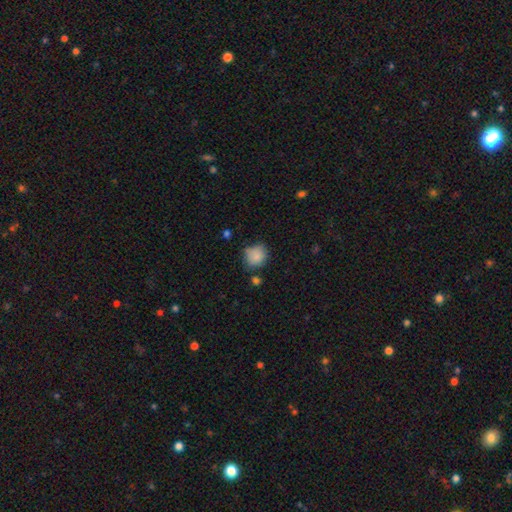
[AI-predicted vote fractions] Q: Smooth or featured?
A: smooth (84%); runner-up: star or artifact (10%)
Q: How rounded?
A: round (76%); runner-up: in between (23%)
Q: Merging?
A: none (65%); runner-up: minor disturbance (24%)